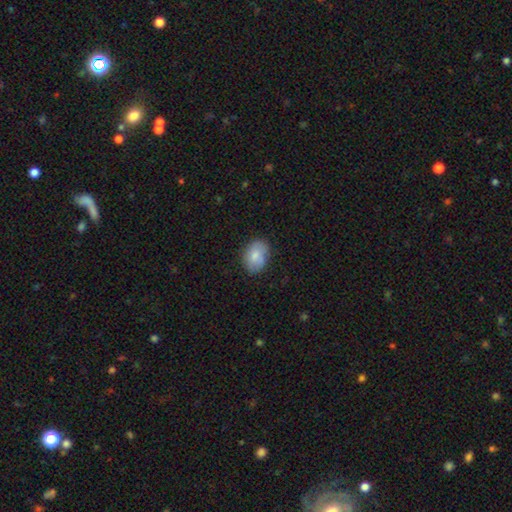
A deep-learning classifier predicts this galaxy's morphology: smooth_or_featured: smooth (p=0.79) [alt: featured or disk p=0.14]
how_rounded: in between (p=0.71) [alt: round p=0.28]
merging: none (p=0.74) [alt: minor disturbance p=0.20]